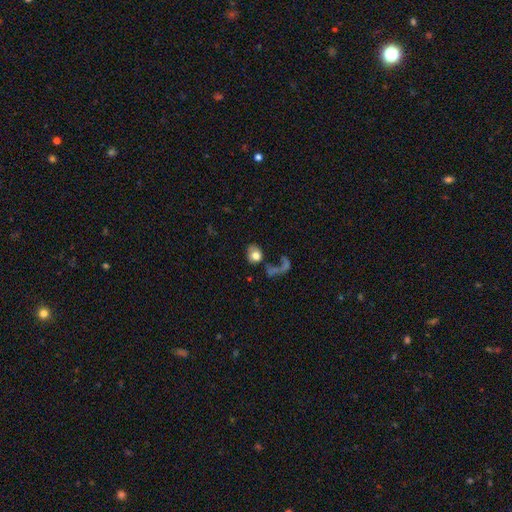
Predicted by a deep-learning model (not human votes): Smooth or featured: smooth — 68% (featured or disk — 22%)
How rounded: round — 54% (in between — 44%)
Merging: none — 36% (major disturbance — 31%)